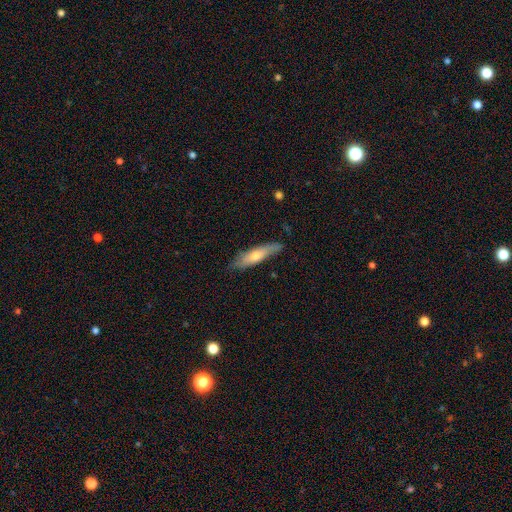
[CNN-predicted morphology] This is possibly a smooth galaxy (56%). How rounded: likely cigar-shaped (76%). Merging: likely none (77%).